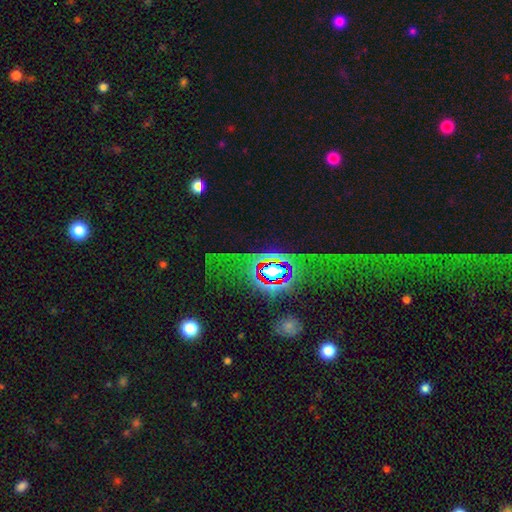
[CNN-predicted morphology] smooth-or-featured: star or artifact: 75% | smooth: 13% | featured or disk: 12%